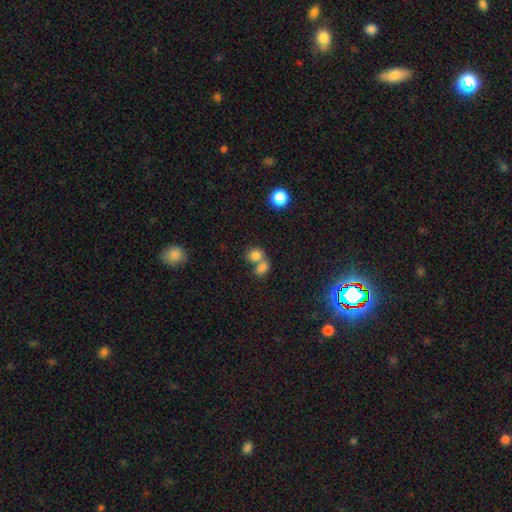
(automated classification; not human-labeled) Overall: smooth (78%). How rounded: round (59%; in between 40%). Merging: merger (57%; none 32%).